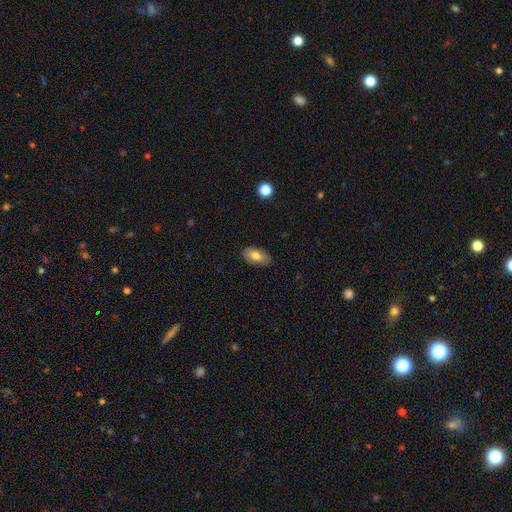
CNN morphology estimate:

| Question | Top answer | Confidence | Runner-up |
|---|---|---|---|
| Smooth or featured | smooth | 77% | featured or disk (16%) |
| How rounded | in between | 93% | round (5%) |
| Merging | none | 86% | minor disturbance (11%) |